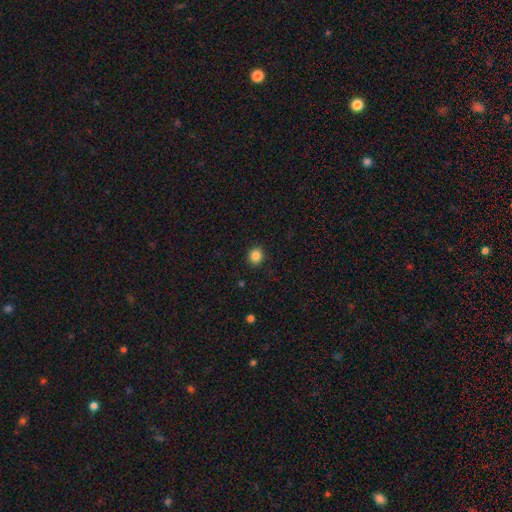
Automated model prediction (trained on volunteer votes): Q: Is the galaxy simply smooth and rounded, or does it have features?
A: smooth — 85%.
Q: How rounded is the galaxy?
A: round — 82%.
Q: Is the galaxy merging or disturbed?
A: none — 91%.